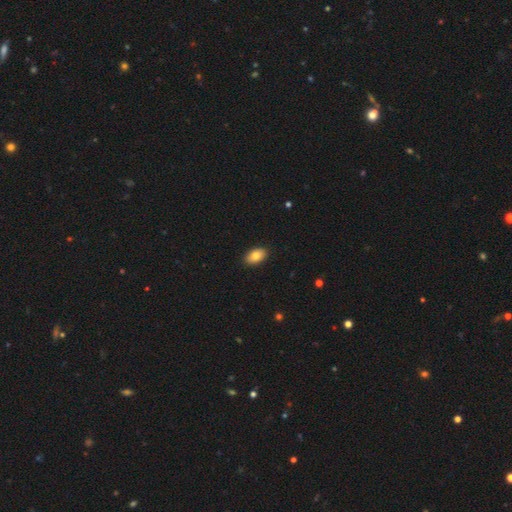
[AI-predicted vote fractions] smooth 83%, featured or disk 10%, star or artifact 7%. Down the decision tree: how rounded — in between (92%); merging — none (90%).